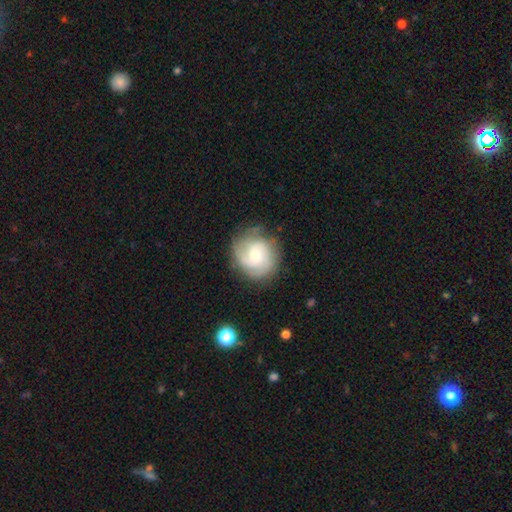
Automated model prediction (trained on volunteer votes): Smooth or featured? featured or disk (71%)
Edge-on disk? no (98%)
Bar? no (64%)
Spiral arms? yes (93%)
Spiral winding? tight (50%)
Spiral arm count? 2 (33%)
Bulge size? moderate (54%)
Merging? none (74%)